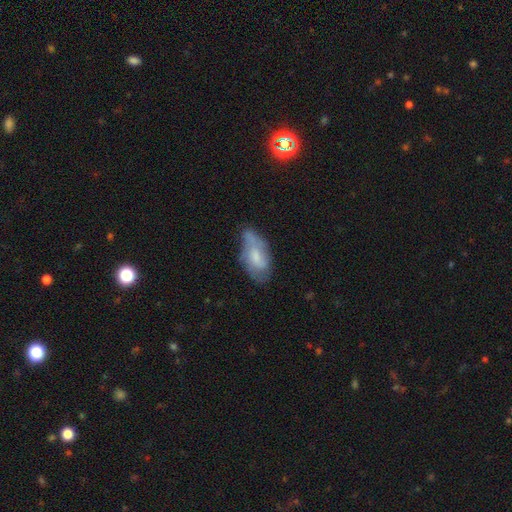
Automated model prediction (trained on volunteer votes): A smooth galaxy with no disk features (50%).

Vote fractions:
- Smooth or featured? smooth: 50% / featured or disk: 42% / star or artifact: 8%
- Merging? none: 47% / minor disturbance: 34% / major disturbance: 14% / merger: 5%